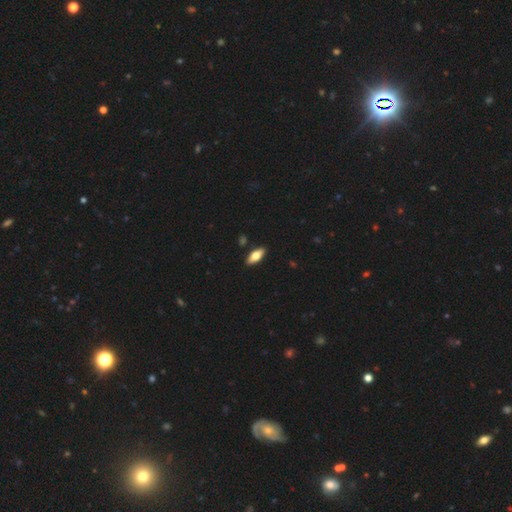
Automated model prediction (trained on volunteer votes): Smooth or featured? Predicted: smooth (p=0.65). How rounded? Predicted: in between (p=0.80). Merging? Predicted: none (p=0.89).